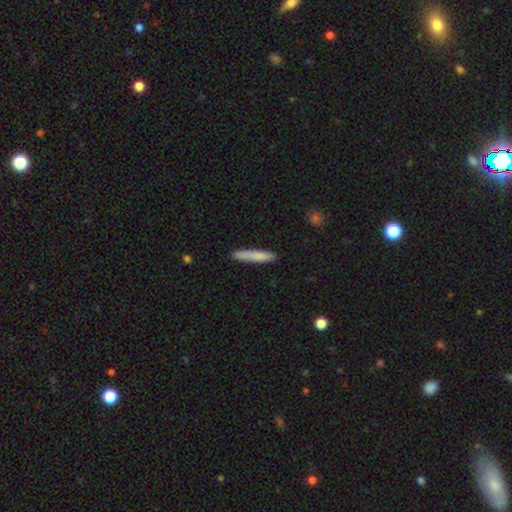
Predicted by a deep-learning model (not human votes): Q: Smooth or featured?
A: smooth (80%); runner-up: featured or disk (14%)
Q: How rounded?
A: cigar-shaped (93%); runner-up: in between (6%)
Q: Merging?
A: none (87%); runner-up: minor disturbance (10%)